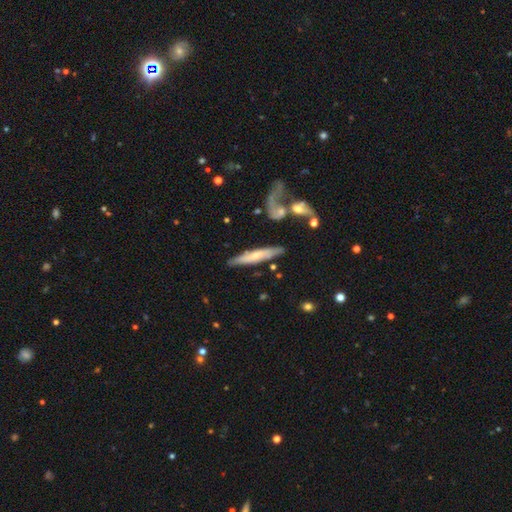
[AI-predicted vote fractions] Smooth or featured? Predicted: featured or disk (p=0.49). Merging? Predicted: none (p=0.74).